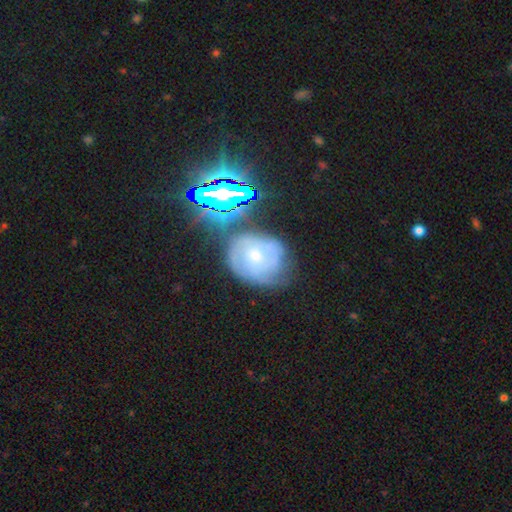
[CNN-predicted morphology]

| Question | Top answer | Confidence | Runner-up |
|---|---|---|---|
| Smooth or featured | featured or disk | 54% | smooth (27%) |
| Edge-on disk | no | 96% | yes (4%) |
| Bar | no | 77% | weak (19%) |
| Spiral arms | yes | 69% | no (31%) |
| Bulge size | moderate | 52% | small (37%) |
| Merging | none | 53% | minor disturbance (28%) |